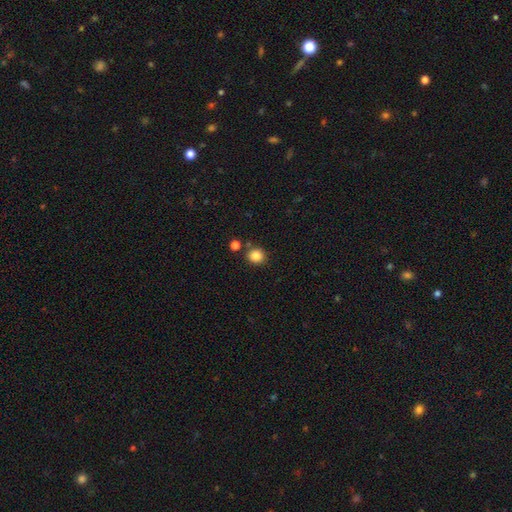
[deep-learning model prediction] This is clearly a smooth galaxy (86%). How rounded: clearly round (85%). Merging: likely none (80%).